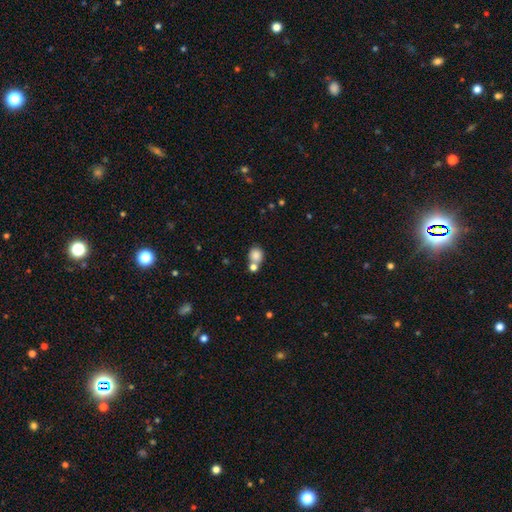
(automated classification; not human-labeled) This appears to be a smooth galaxy with no disk features (82%) that is round (68%). Merging: none (48%).